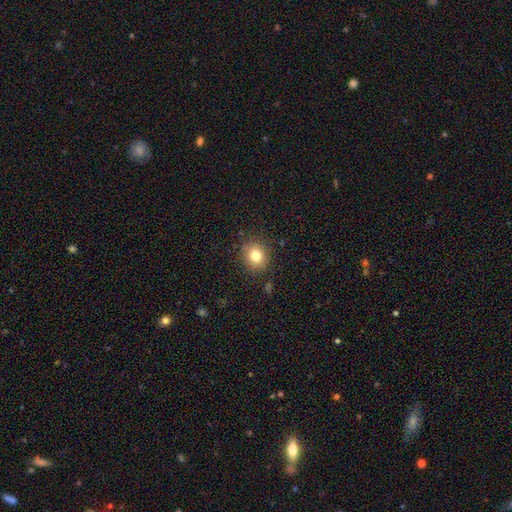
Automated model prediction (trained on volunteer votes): Smooth or featured? Predicted: smooth (p=0.80). How rounded? Predicted: round (p=0.79). Merging? Predicted: none (p=0.86).